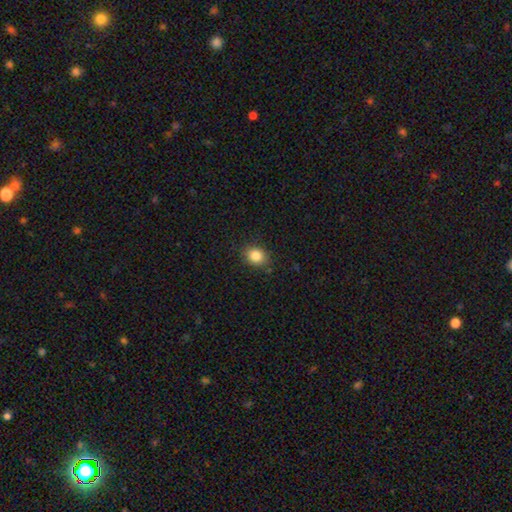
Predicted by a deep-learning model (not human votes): Smooth or featured? Predicted: smooth (p=0.84). How rounded? Predicted: round (p=0.55). Merging? Predicted: none (p=0.84).